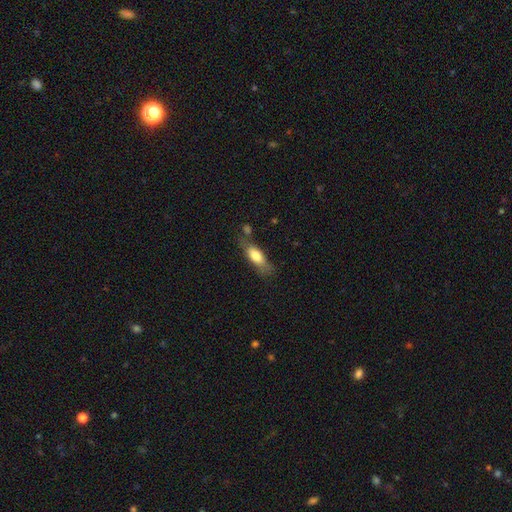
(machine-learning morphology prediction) Smooth or featured: smooth — 71% (featured or disk — 22%)
How rounded: in between — 63% (cigar-shaped — 34%)
Merging: none — 57% (minor disturbance — 25%)